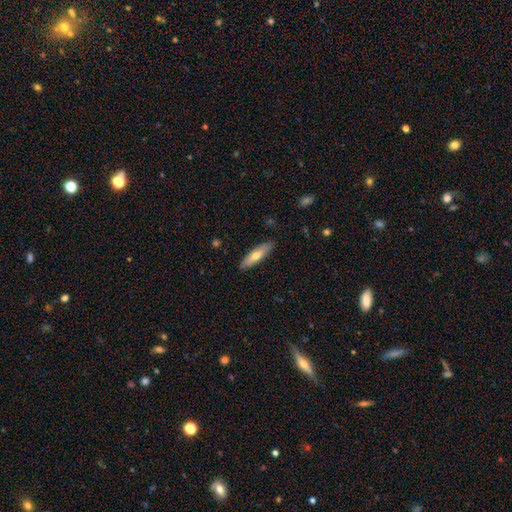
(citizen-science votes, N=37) Smooth or featured? 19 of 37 (51%) said smooth. How rounded? 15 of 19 (79%) said cigar-shaped. Merging? 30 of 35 (86%) said none.